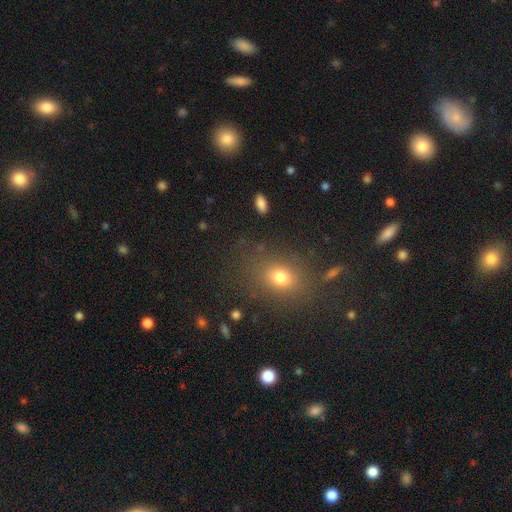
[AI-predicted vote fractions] The model was most divided on "how rounded": round: 60%, in between: 39%, cigar-shaped: 2%. More confident: merging — none (84%); smooth or featured — smooth (61%).